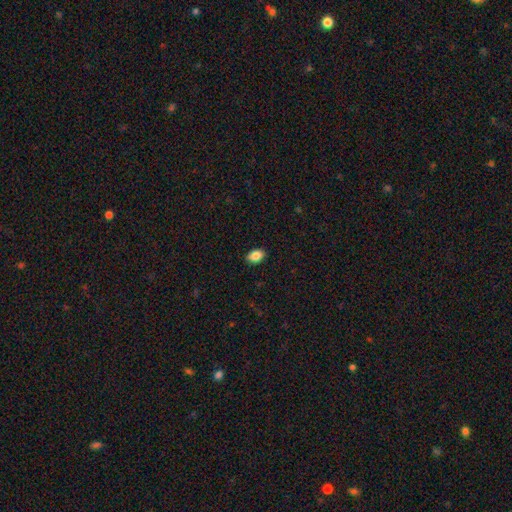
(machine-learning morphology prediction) Smooth or featured? smooth (88%)
How rounded? in between (88%)
Merging? none (89%)